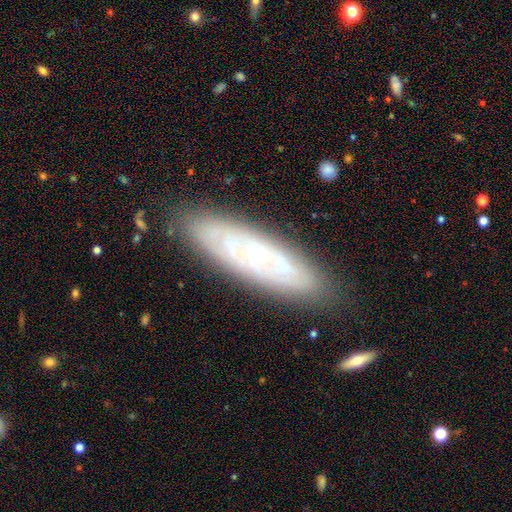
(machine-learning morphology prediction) The model was most divided on "spiral arms": yes: 62%, no: 38%. More confident: merging — none (84%); bar — no (84%); edge-on disk — no (78%); bulge size — small (74%); smooth or featured — featured or disk (73%).